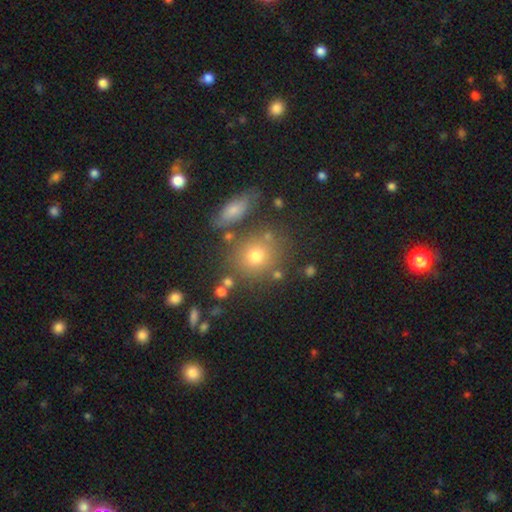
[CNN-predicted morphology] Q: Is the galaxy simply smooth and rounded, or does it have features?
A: smooth — 72%.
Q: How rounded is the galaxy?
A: round — 74%.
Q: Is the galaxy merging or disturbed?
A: none — 72%.